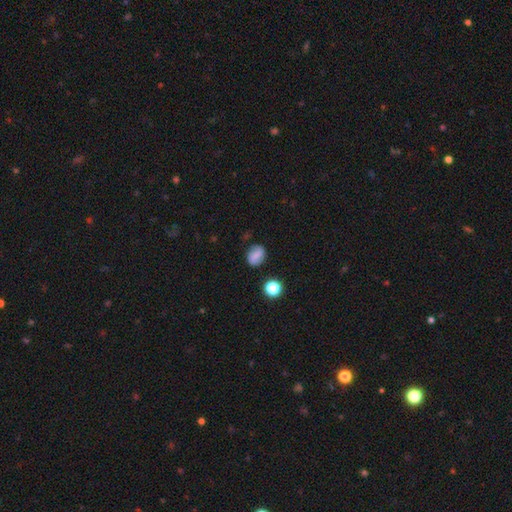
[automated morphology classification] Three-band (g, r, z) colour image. It shows a smooth galaxy with no disk features (46%). Merging: none (79%).